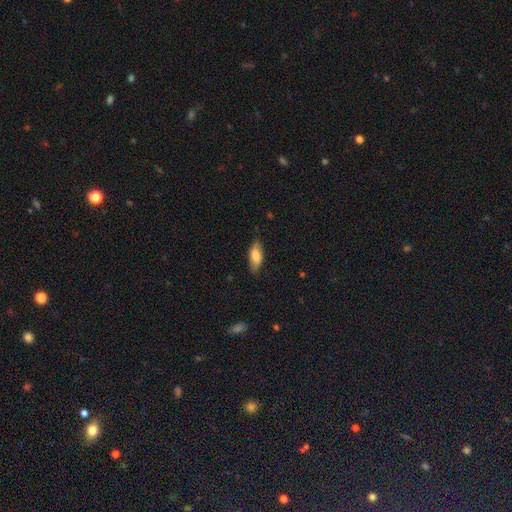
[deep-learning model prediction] This appears to be a smooth galaxy with no disk features (78%) that is in between round and cigar-shaped (77%). Merging: none (79%).